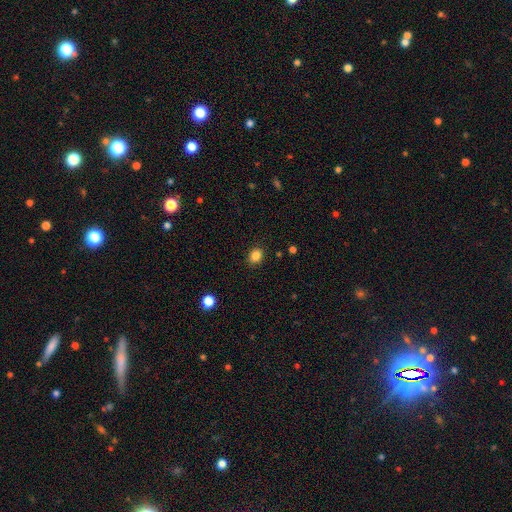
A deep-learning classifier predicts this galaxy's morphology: Q: Smooth or featured?
A: smooth (85%); runner-up: star or artifact (11%)
Q: How rounded?
A: round (53%); runner-up: in between (46%)
Q: Merging?
A: none (88%); runner-up: minor disturbance (8%)